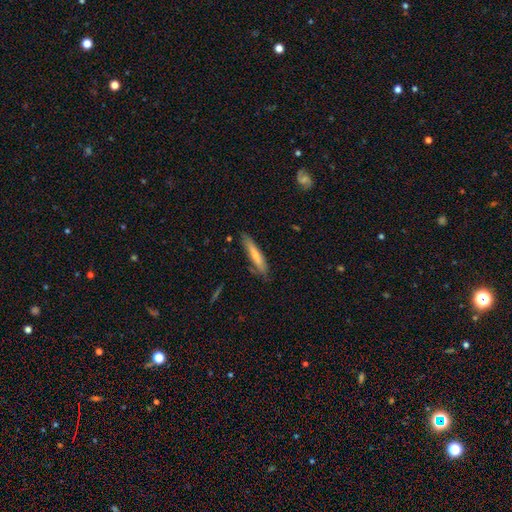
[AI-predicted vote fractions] Smooth or featured?
  - smooth: 65% *
  - featured or disk: 29%
  - star or artifact: 6%
How rounded?
  - cigar-shaped: 88% *
  - in between: 11%
  - round: 1%
Merging?
  - none: 75% *
  - minor disturbance: 19%
  - major disturbance: 4%
  - merger: 3%